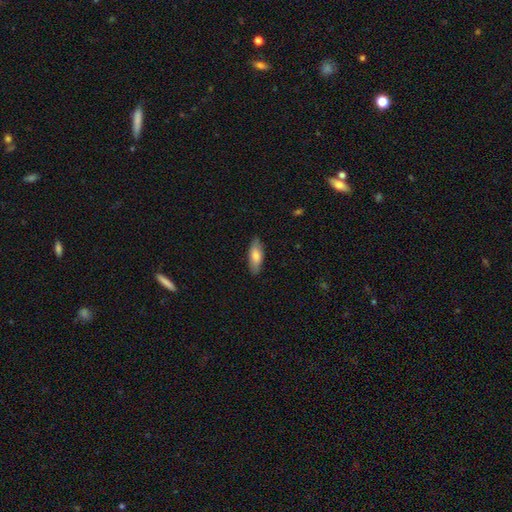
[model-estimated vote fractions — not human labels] Overall: smooth (72%). How rounded: in between (73%). Merging: none (84%).